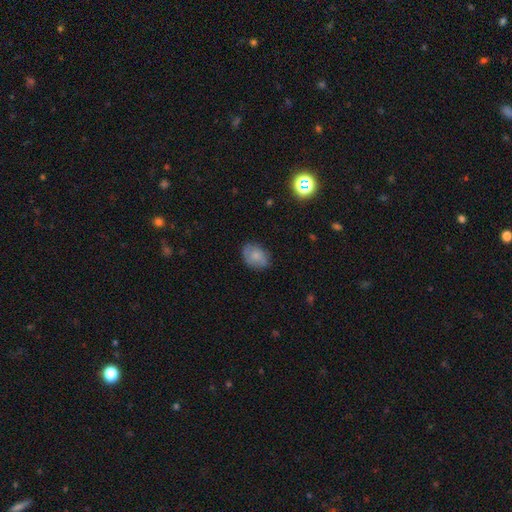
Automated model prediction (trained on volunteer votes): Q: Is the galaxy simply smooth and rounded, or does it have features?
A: smooth — 74%.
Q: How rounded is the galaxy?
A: in between — 74%.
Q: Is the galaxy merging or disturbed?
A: none — 74%.